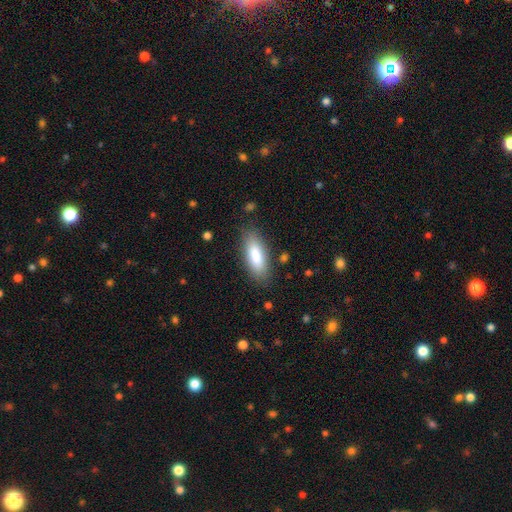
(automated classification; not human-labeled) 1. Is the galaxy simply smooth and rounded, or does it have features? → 84% smooth, 10% featured or disk, 6% star or artifact.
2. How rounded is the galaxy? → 70% in between, 28% cigar-shaped, 2% round.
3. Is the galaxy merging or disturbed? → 83% none, 12% minor disturbance, 3% major disturbance, 2% merger.